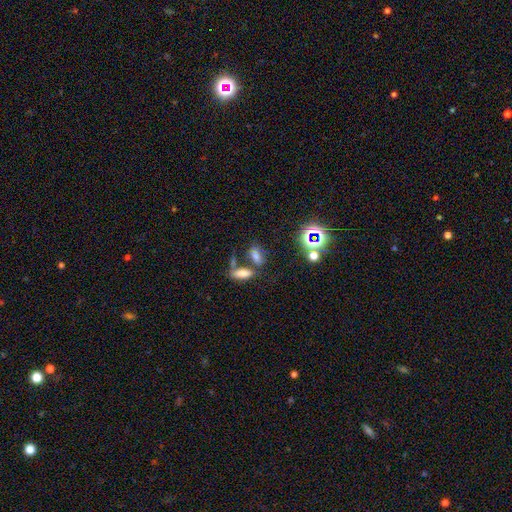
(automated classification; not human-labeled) Overall: smooth (66%). How rounded: in between (77%). Merging: none (52%; merger 28%).